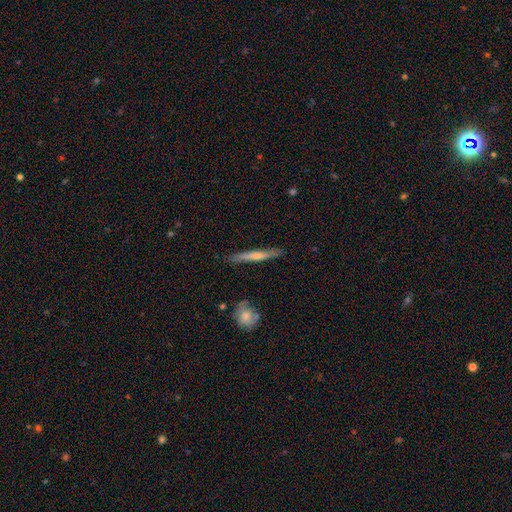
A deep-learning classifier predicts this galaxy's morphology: A smooth galaxy with no disk features (52%) that is cigar-shaped (94%). Merging: none (84%).